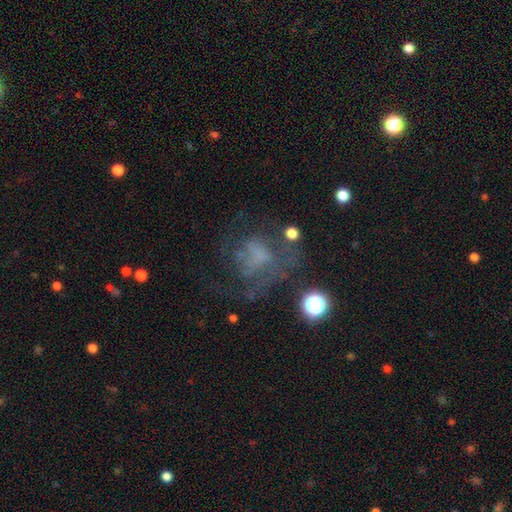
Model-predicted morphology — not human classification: Q: Smooth or featured?
A: featured or disk (48%); runner-up: smooth (29%)
Q: Merging?
A: none (40%); runner-up: major disturbance (38%)